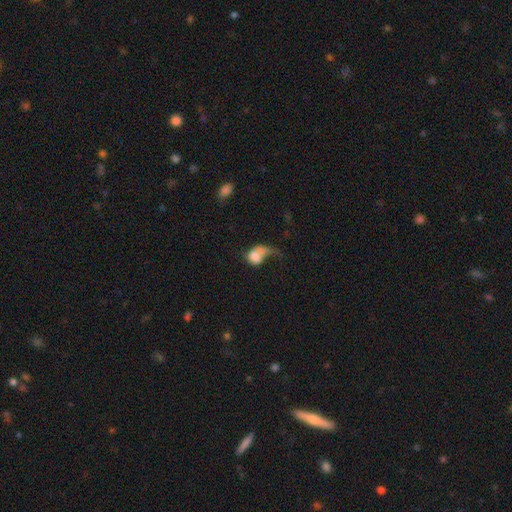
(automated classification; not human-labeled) Smooth or featured?
  - smooth: 63% *
  - featured or disk: 28%
  - star or artifact: 10%
How rounded?
  - in between: 59% *
  - round: 38%
  - cigar-shaped: 2%
Merging?
  - major disturbance: 55% *
  - none: 16%
  - merger: 15%
  - minor disturbance: 14%